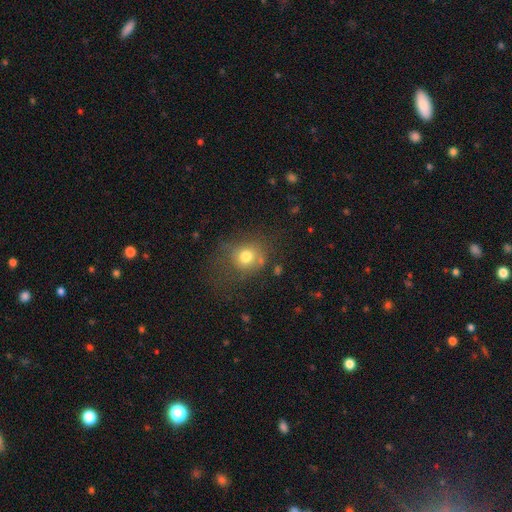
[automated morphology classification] Overall: smooth (62%; star or artifact 25%). How rounded: round (71%). Merging: none (69%).